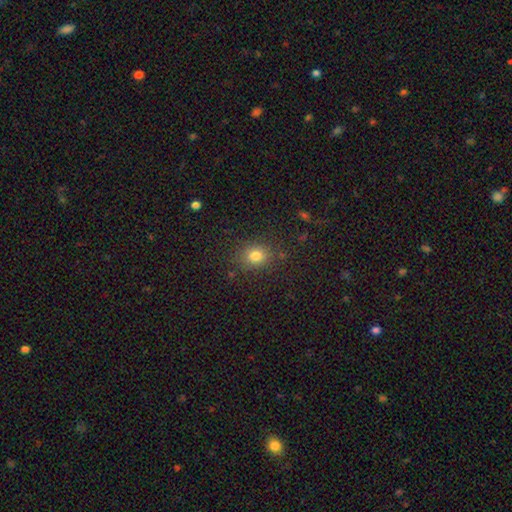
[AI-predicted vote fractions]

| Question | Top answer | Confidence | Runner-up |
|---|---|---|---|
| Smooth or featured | smooth | 79% | star or artifact (14%) |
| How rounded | round | 55% | in between (44%) |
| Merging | none | 83% | minor disturbance (11%) |